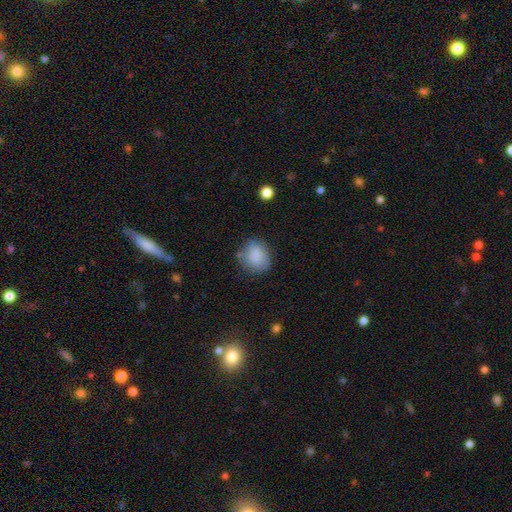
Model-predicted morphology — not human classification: smooth 85%, star or artifact 8%, featured or disk 7%. Down the decision tree: how rounded — round (64%); merging — none (69%).